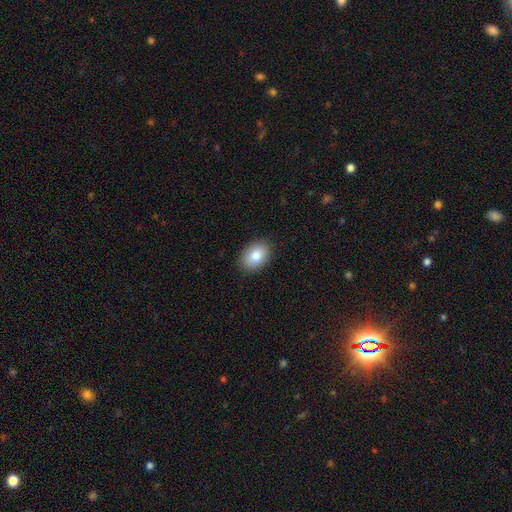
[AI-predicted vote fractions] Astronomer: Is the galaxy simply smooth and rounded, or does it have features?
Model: smooth — 83%.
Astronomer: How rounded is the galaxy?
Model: in between — 83%.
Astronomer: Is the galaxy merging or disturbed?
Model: none — 89%.